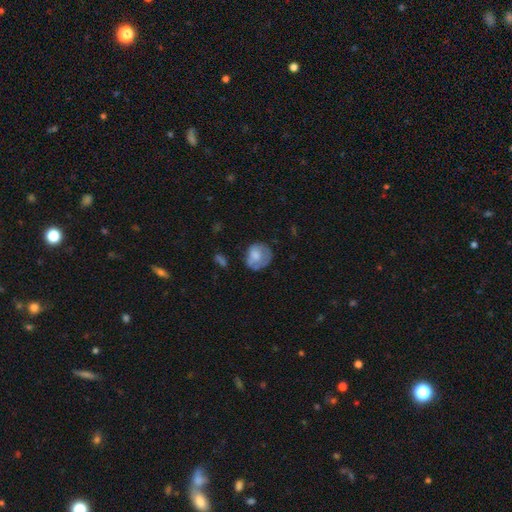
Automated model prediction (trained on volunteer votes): Smooth or featured?
  - smooth: 63% *
  - featured or disk: 29%
  - star or artifact: 8%
How rounded?
  - round: 75% *
  - in between: 24%
  - cigar-shaped: 1%
Merging?
  - none: 52% *
  - minor disturbance: 29%
  - major disturbance: 16%
  - merger: 4%